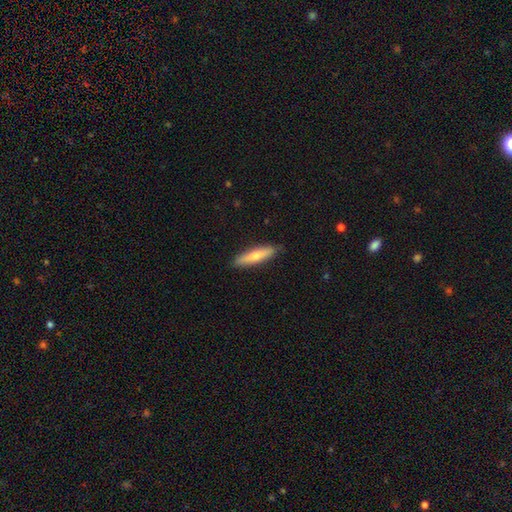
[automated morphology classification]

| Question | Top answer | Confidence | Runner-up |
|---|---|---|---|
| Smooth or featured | smooth | 69% | featured or disk (26%) |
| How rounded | cigar-shaped | 76% | in between (22%) |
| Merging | none | 87% | minor disturbance (10%) |